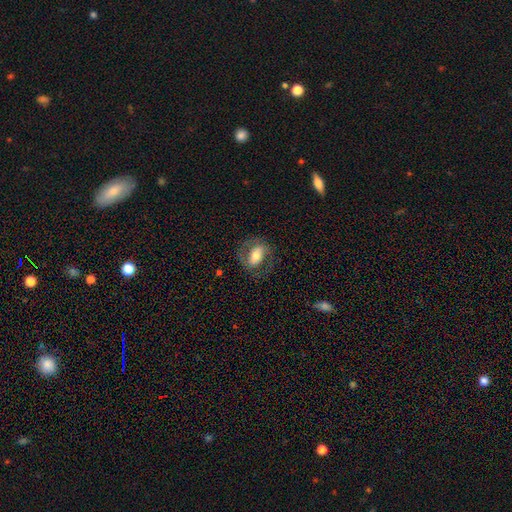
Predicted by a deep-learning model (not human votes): smooth_or_featured: featured or disk (p=0.50) [alt: smooth p=0.43]
merging: none (p=0.69) [alt: minor disturbance p=0.17]